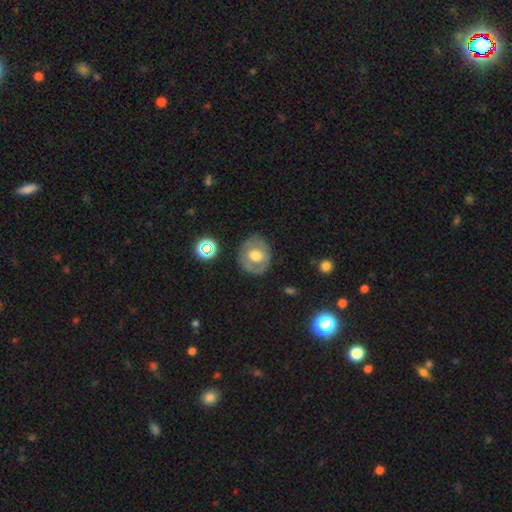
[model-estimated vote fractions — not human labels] This is possibly a smooth galaxy (52%). How rounded: likely round (72%). Merging: clearly none (81%).